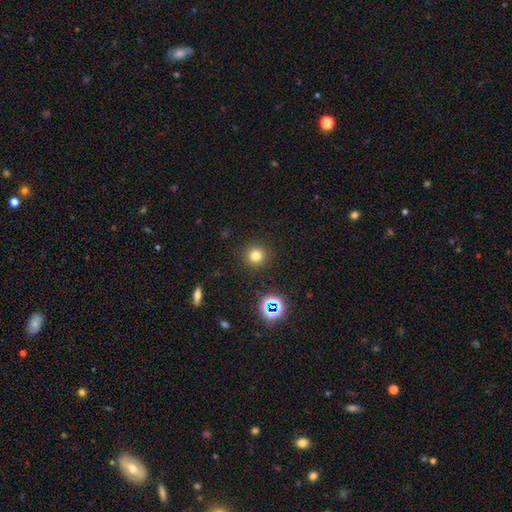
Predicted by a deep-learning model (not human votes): Smooth or featured? smooth (75%)
How rounded? round (94%)
Merging? none (90%)